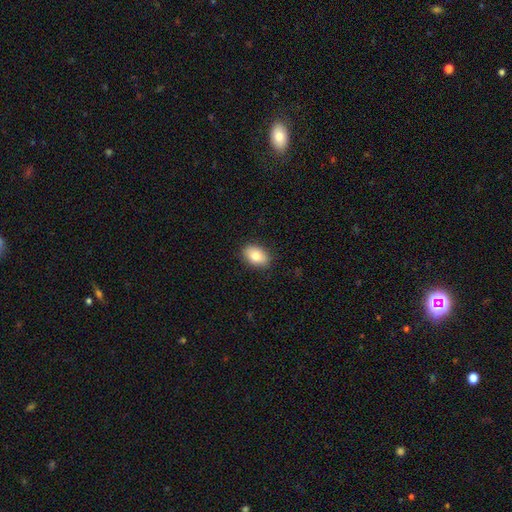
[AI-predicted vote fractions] A smooth galaxy with no disk features (81%) that is in between round and cigar-shaped (84%). Merging: none (87%).